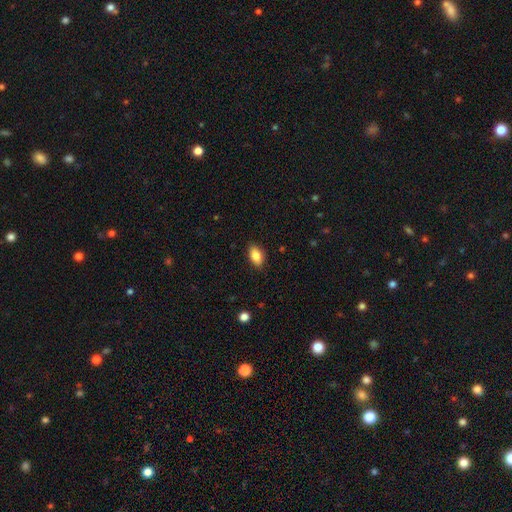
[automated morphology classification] A smooth galaxy with no disk features (84%) that is in between round and cigar-shaped (90%). Merging: none (87%).